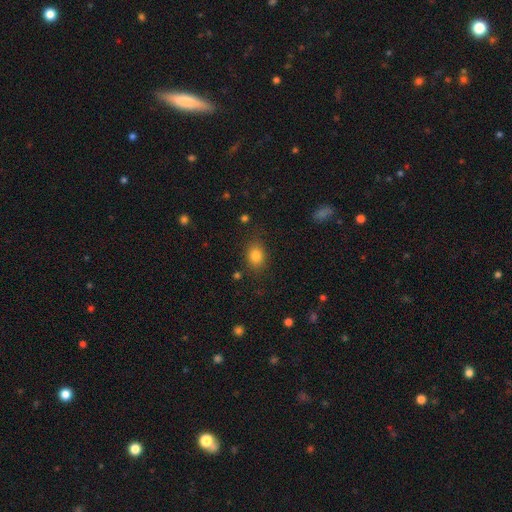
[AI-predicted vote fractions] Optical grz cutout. It shows a smooth galaxy with no disk features (83%) that is in between round and cigar-shaped (61%). Merging: none (81%).